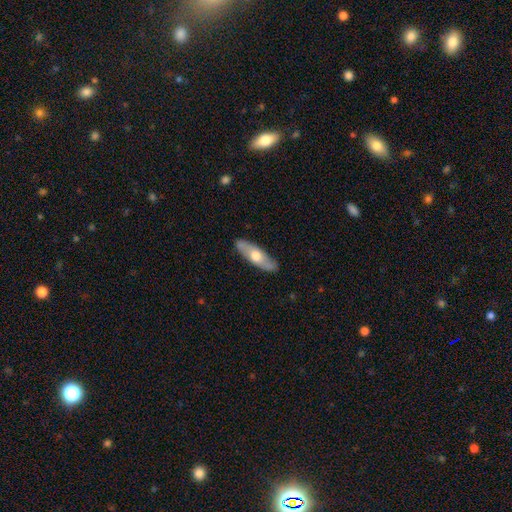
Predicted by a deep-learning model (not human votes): Smooth or featured? Predicted: smooth (p=0.48). Merging? Predicted: none (p=0.87).